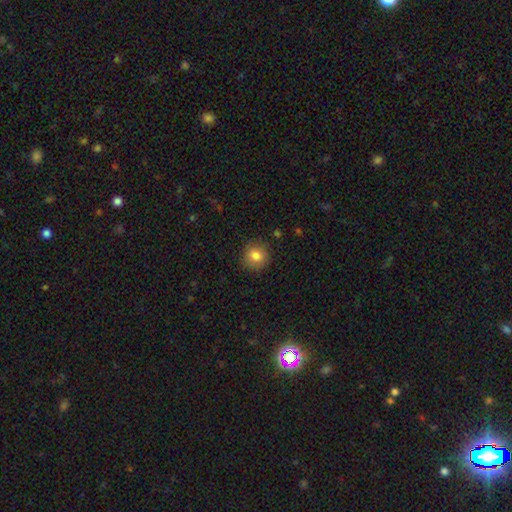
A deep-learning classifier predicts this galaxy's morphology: This is clearly a smooth galaxy (83%). How rounded: clearly round (91%). Merging: clearly none (88%).